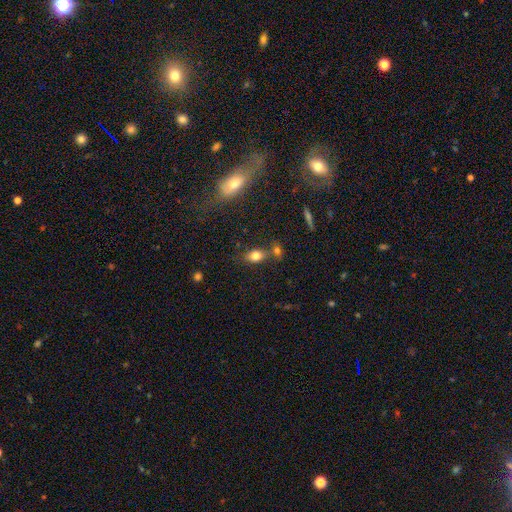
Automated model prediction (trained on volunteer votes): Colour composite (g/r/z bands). It shows a smooth galaxy with no disk features (78%) that is in between round and cigar-shaped (77%). Merging: none (62%).